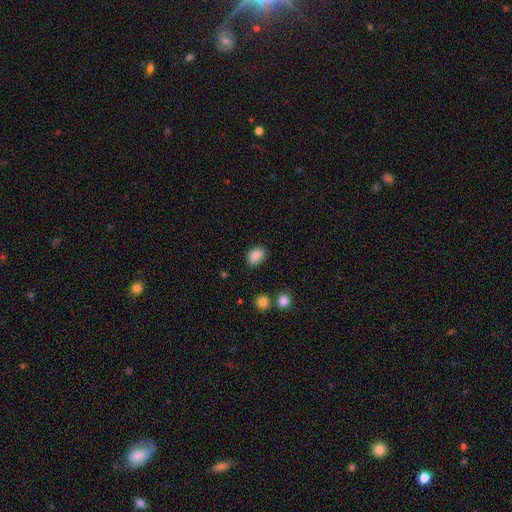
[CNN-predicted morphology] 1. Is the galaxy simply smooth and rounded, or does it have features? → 87% smooth, 9% star or artifact, 4% featured or disk.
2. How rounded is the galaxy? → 78% in between, 21% round, 1% cigar-shaped.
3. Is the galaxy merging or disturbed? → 82% none, 12% minor disturbance, 3% major disturbance, 2% merger.